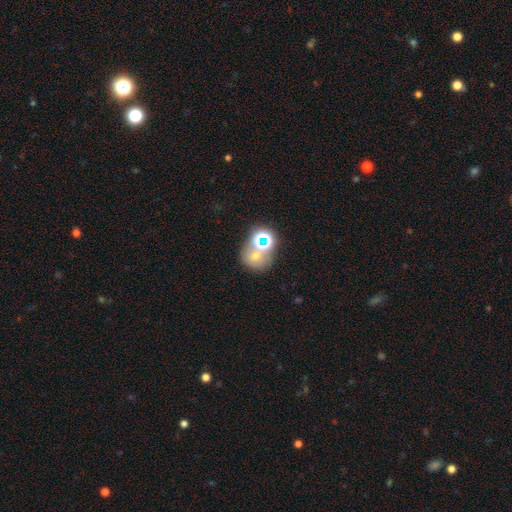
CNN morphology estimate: This appears to be a smooth galaxy with no disk features (42%). Merging: none (53%).